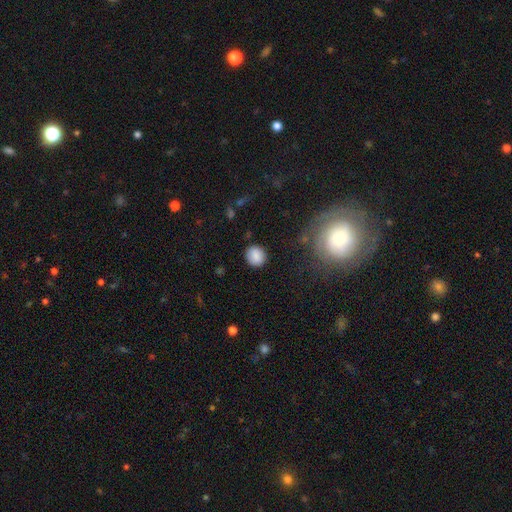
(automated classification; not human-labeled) A smooth galaxy with no disk features (86%) that is round (81%).

Vote fractions:
- Smooth or featured? smooth: 86% / star or artifact: 9% / featured or disk: 5%
- How rounded? round: 81% / in between: 18% / cigar-shaped: 1%
- Merging? none: 87% / minor disturbance: 8% / major disturbance: 3% / merger: 1%